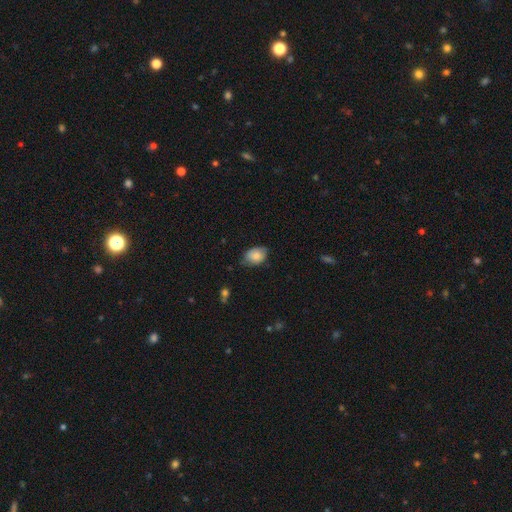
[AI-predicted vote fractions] Smooth or featured?
  - smooth: 81% *
  - featured or disk: 12%
  - star or artifact: 7%
How rounded?
  - in between: 81% *
  - round: 18%
  - cigar-shaped: 1%
Merging?
  - none: 67% *
  - minor disturbance: 27%
  - major disturbance: 4%
  - merger: 1%